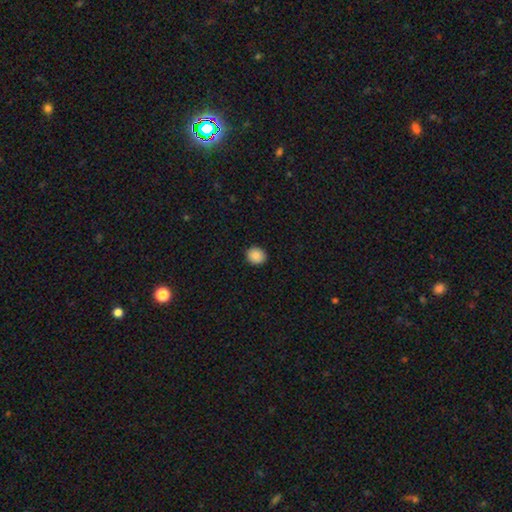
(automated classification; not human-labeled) Smooth or featured?
  - smooth: 89% *
  - star or artifact: 8%
  - featured or disk: 3%
How rounded?
  - round: 80% *
  - in between: 19%
  - cigar-shaped: 1%
Merging?
  - none: 91% *
  - minor disturbance: 6%
  - major disturbance: 2%
  - merger: 1%